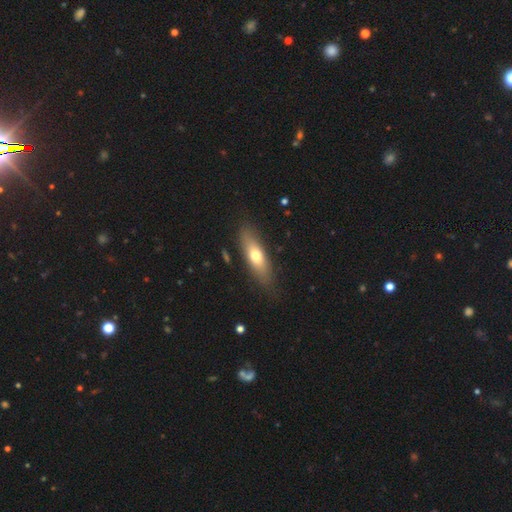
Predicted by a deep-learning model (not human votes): A smooth galaxy with no disk features (63%) that is in between round and cigar-shaped (52%).

Vote fractions:
- Smooth or featured? smooth: 63% / featured or disk: 30% / star or artifact: 6%
- How rounded? in between: 52% / cigar-shaped: 45% / round: 3%
- Merging? none: 81% / minor disturbance: 14% / major disturbance: 4% / merger: 2%